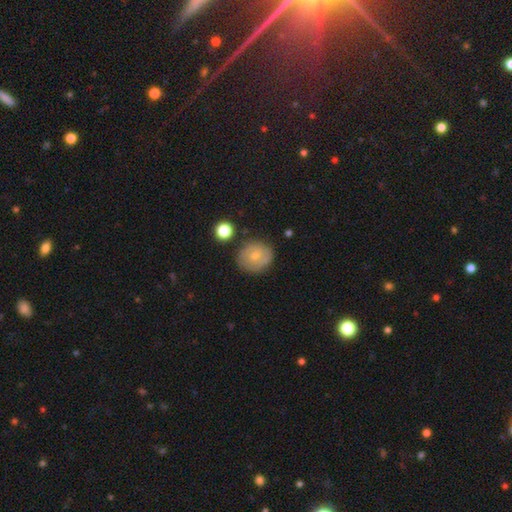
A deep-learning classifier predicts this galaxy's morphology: The model was most divided on "smooth or featured": featured or disk: 50%, smooth: 42%, star or artifact: 8%. More confident: merging — none (79%).